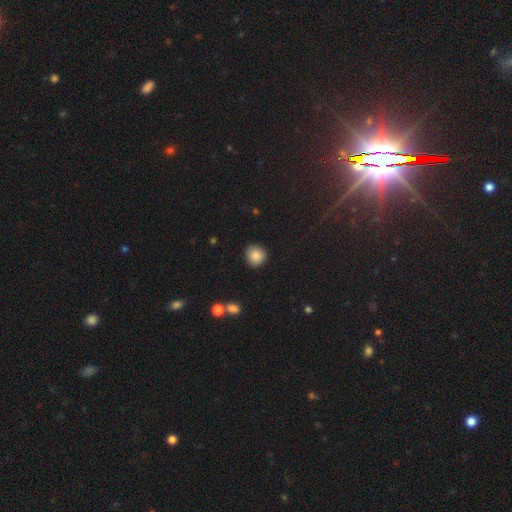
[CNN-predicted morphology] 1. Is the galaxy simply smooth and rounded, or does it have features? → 87% smooth, 9% star or artifact, 4% featured or disk.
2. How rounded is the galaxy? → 92% round, 7% in between, 1% cigar-shaped.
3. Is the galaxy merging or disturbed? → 89% none, 7% minor disturbance, 2% major disturbance, 2% merger.